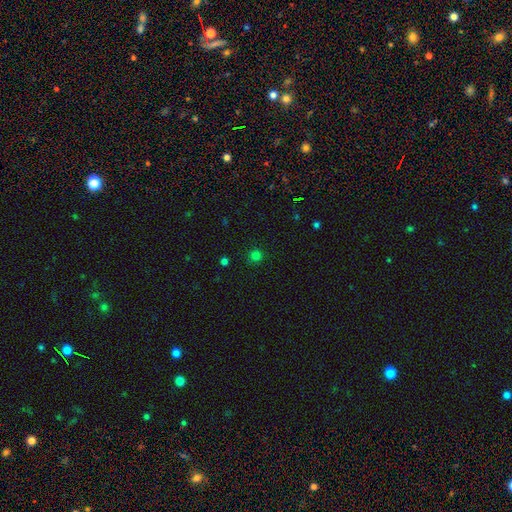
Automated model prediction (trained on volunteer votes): Smooth or featured? Predicted: smooth (p=0.76). How rounded? Predicted: round (p=0.93). Merging? Predicted: none (p=0.89).